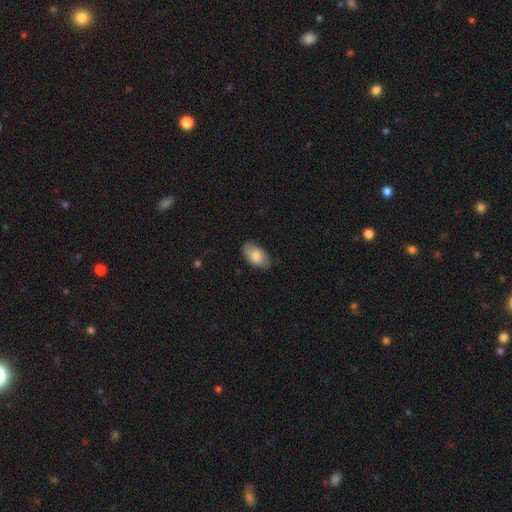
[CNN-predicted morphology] smooth_or_featured: smooth (p=0.70) [alt: featured or disk p=0.24]
how_rounded: in between (p=0.94) [alt: round p=0.04]
merging: none (p=0.80) [alt: minor disturbance p=0.16]